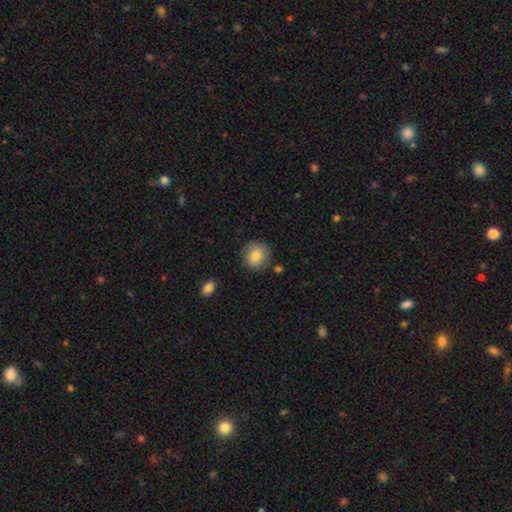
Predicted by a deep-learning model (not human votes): smooth_or_featured: smooth (p=0.81) [alt: featured or disk p=0.10]
how_rounded: round (p=0.84) [alt: in between p=0.15]
merging: none (p=0.82) [alt: minor disturbance p=0.12]